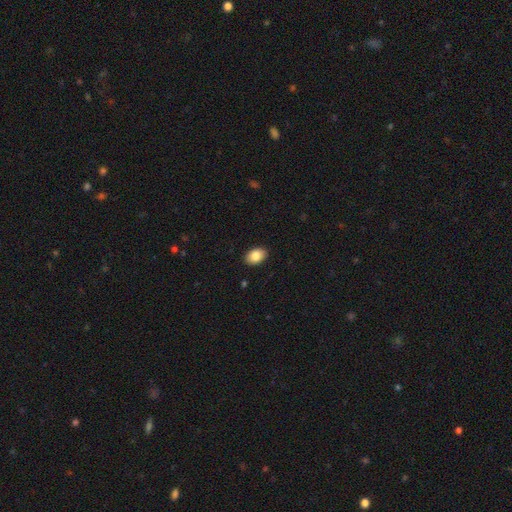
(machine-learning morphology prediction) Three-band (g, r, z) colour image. It shows a smooth galaxy with no disk features (87%) that is in between round and cigar-shaped (87%). Merging: none (90%).